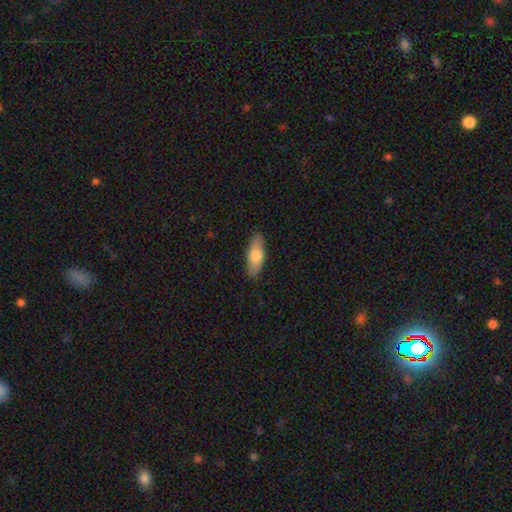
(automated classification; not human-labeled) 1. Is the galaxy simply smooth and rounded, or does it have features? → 72% smooth, 22% featured or disk, 6% star or artifact.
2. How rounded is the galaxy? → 67% in between, 30% cigar-shaped, 3% round.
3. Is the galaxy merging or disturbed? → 86% none, 11% minor disturbance, 2% major disturbance, 1% merger.